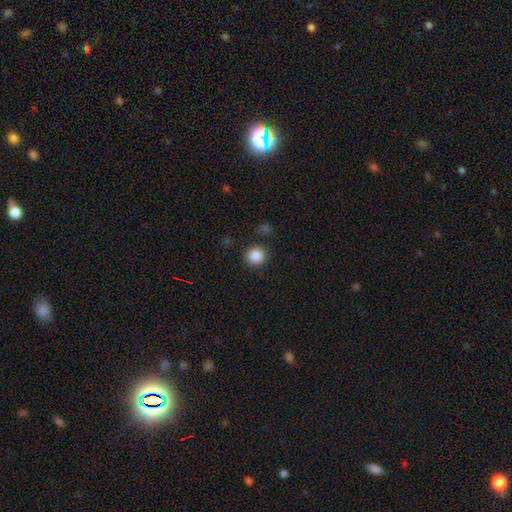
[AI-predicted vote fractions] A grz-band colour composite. It shows a smooth galaxy with no disk features (86%) that is round (91%). Merging: none (88%).